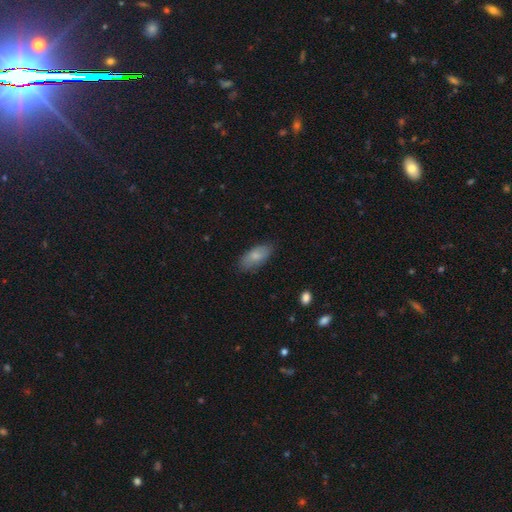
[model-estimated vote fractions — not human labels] Smooth or featured?
  - smooth: 80% *
  - featured or disk: 14%
  - star or artifact: 6%
How rounded?
  - in between: 85% *
  - cigar-shaped: 13%
  - round: 2%
Merging?
  - none: 80% *
  - minor disturbance: 15%
  - major disturbance: 3%
  - merger: 1%